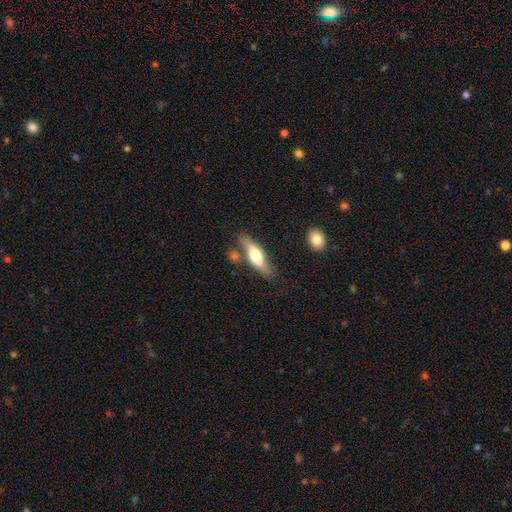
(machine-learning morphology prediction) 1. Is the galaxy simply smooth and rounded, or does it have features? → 51% smooth, 44% featured or disk, 6% star or artifact.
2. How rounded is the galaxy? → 53% cigar-shaped, 44% in between, 3% round.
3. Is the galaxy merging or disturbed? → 67% none, 19% minor disturbance, 9% merger, 5% major disturbance.